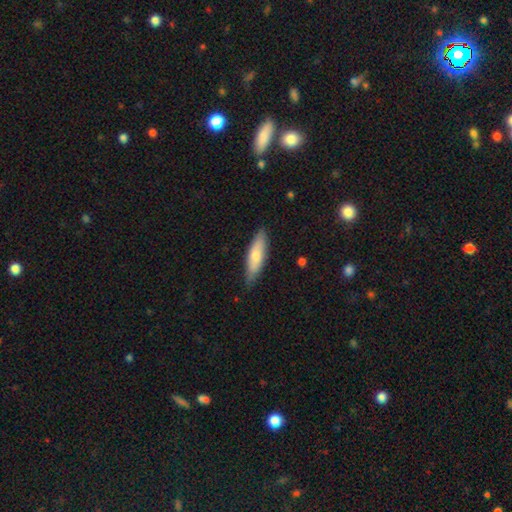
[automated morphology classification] Smooth or featured? smooth (71%)
How rounded? cigar-shaped (59%)
Merging? none (81%)